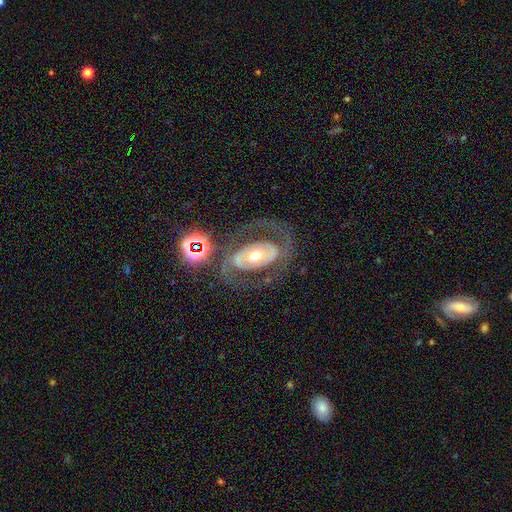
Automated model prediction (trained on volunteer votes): Smooth or featured? featured or disk (76%)
Edge-on disk? no (95%)
Bar? no (61%)
Spiral arms? yes (62%)
Bulge size? moderate (72%)
Merging? none (67%)